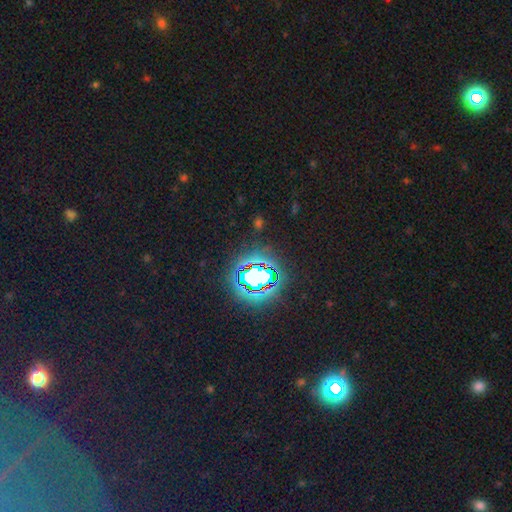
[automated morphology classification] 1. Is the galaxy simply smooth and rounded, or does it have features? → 82% star or artifact, 11% smooth, 7% featured or disk.